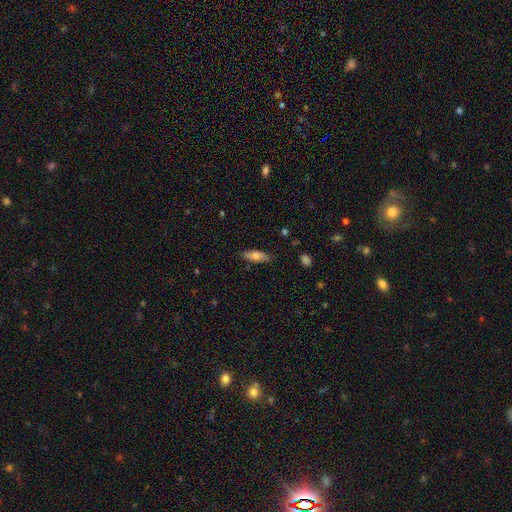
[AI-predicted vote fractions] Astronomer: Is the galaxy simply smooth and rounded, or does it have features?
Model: smooth — 69%.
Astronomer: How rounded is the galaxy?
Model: in between — 58% (runner-up: cigar-shaped, 39%).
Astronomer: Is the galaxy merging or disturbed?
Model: none — 85%.